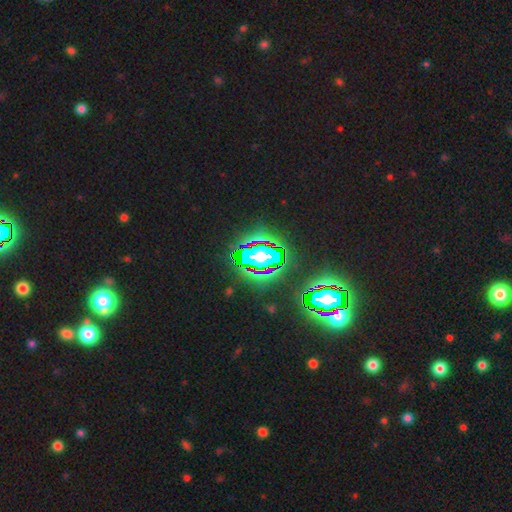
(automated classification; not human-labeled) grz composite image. It shows a star or artifact, not a galaxy (62%).